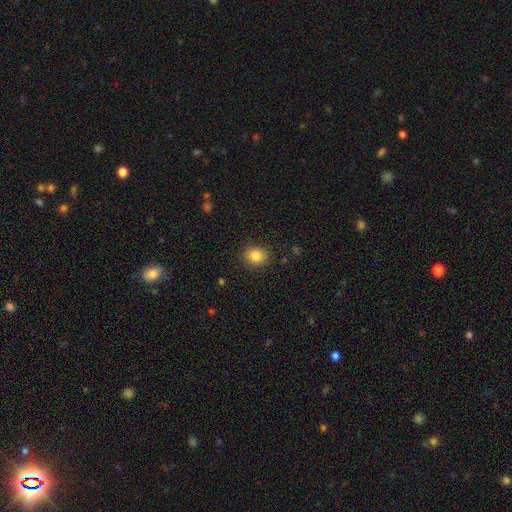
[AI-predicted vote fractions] Smooth or featured: smooth — 85% (star or artifact — 10%)
How rounded: round — 68% (in between — 31%)
Merging: none — 88% (minor disturbance — 9%)